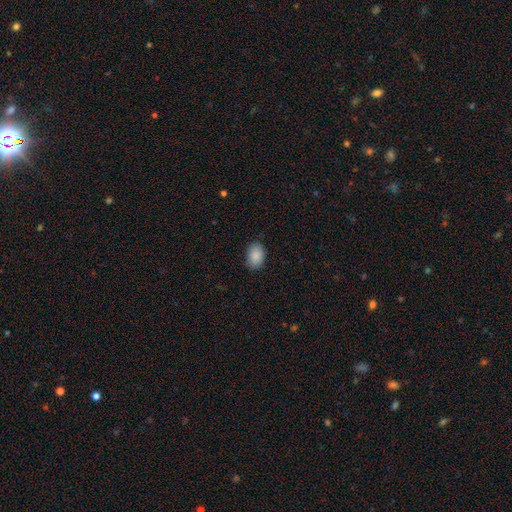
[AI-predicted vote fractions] A smooth galaxy with no disk features (89%) that is in between round and cigar-shaped (81%).

Vote fractions:
- Smooth or featured? smooth: 89% / star or artifact: 7% / featured or disk: 4%
- How rounded? in between: 81% / round: 18% / cigar-shaped: 1%
- Merging? none: 86% / minor disturbance: 11% / major disturbance: 2% / merger: 1%